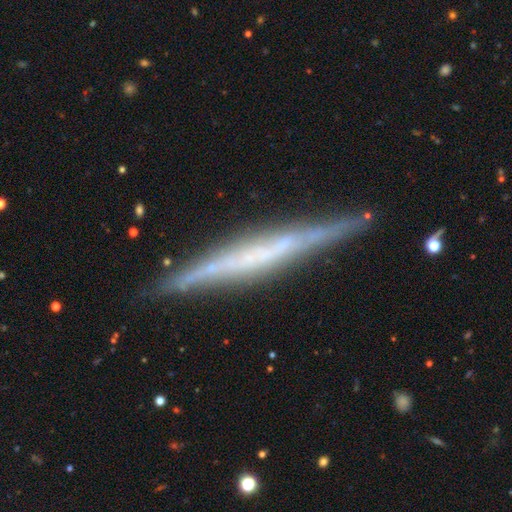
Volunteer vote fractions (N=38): Overall: featured or disk (79%). Edge-on disk: yes (93%). Edge-on bulge: none (43%; rounded 32%). Merging: none (86%).